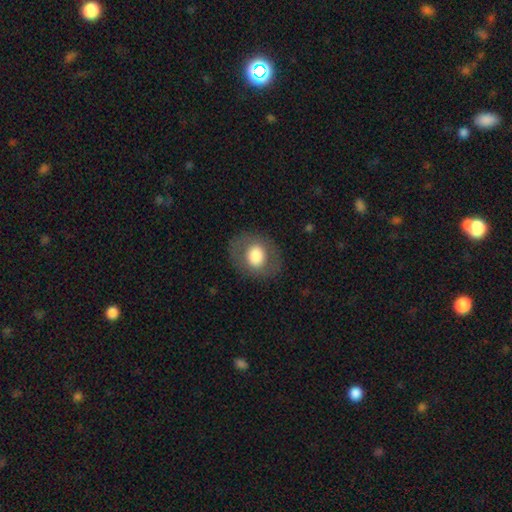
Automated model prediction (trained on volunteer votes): A smooth galaxy with no disk features (67%) that is round (59%).

Vote fractions:
- Smooth or featured? smooth: 67% / featured or disk: 25% / star or artifact: 8%
- How rounded? round: 59% / in between: 40% / cigar-shaped: 1%
- Merging? none: 82% / minor disturbance: 11% / major disturbance: 7% / merger: 1%